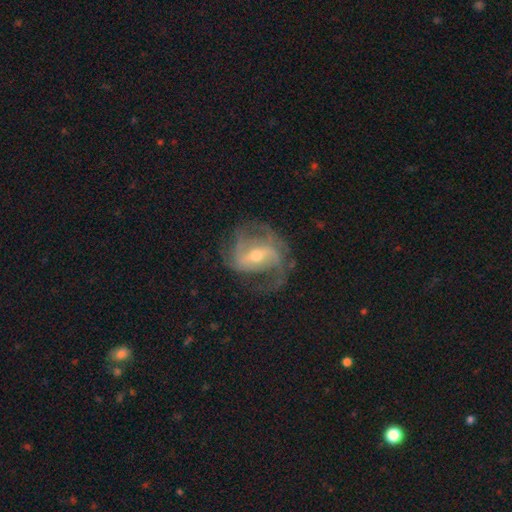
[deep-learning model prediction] smooth_or_featured: featured or disk (p=0.85) [alt: smooth p=0.09]
disk_edge_on: no (p=0.97) [alt: yes p=0.03]
bar: weak (p=0.41) [tied with: strong p=0.41]
has_spiral_arms: yes (p=0.92) [alt: no p=0.08]
spiral_winding: medium (p=0.45) [alt: loose p=0.35]
spiral_arm_count: 2 (p=0.58) [alt: can't tell p=0.16]
bulge_size: moderate (p=0.54) [alt: small p=0.41]
merging: none (p=0.58) [alt: major disturbance p=0.21]